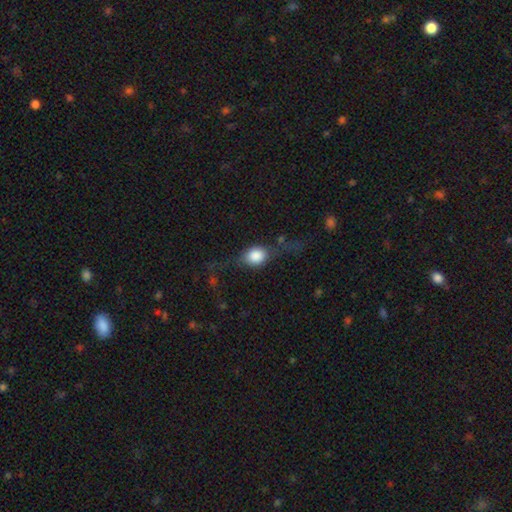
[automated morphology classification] smooth 61%, featured or disk 30%, star or artifact 9%. Down the decision tree: how rounded — round (51%); merging — none (53%).